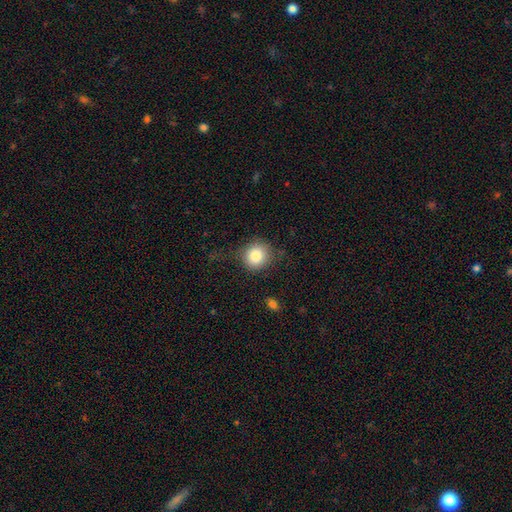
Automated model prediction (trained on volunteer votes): Smooth or featured? smooth (84%)
How rounded? round (87%)
Merging? none (72%)